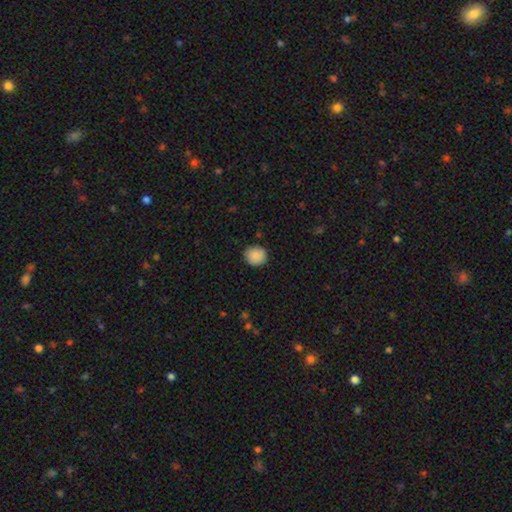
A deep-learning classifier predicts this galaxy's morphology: type=smooth (89%); roundness=round (87%); merging=none (87%).